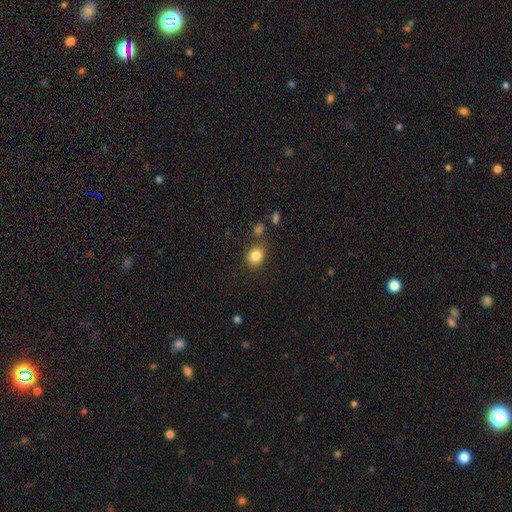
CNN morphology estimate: A smooth galaxy with no disk features (83%) that is round (65%).

Vote fractions:
- Smooth or featured? smooth: 83% / star or artifact: 11% / featured or disk: 6%
- How rounded? round: 65% / in between: 34% / cigar-shaped: 1%
- Merging? none: 78% / minor disturbance: 12% / merger: 7% / major disturbance: 4%